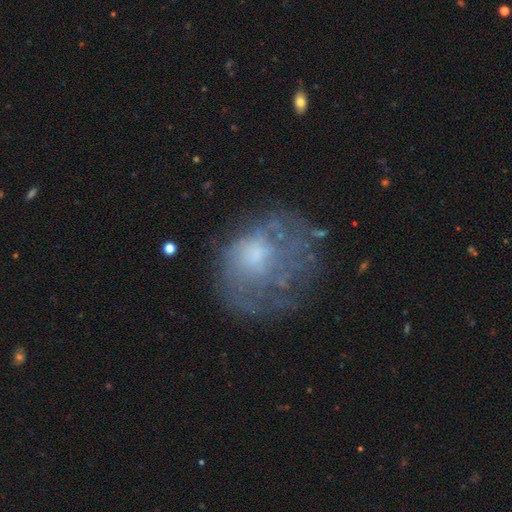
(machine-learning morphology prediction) A featured or disk galaxy (53%) with no bar (83%), no spiral arms (68%) and a moderate central bulge (38%). Merging: none (50%).